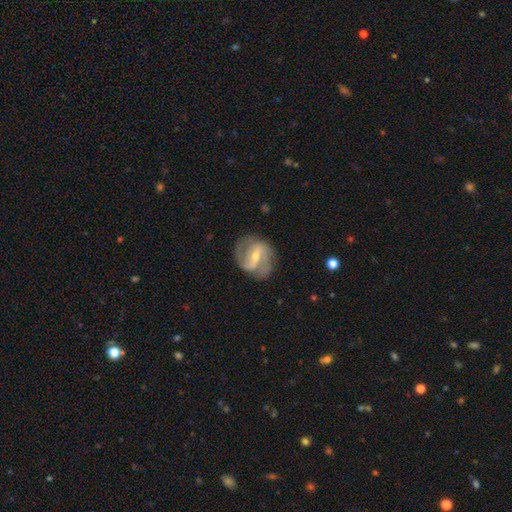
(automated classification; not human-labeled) smooth-or-featured: featured or disk: 86% | smooth: 8% | star or artifact: 5%
  disk-edge-on: no: 97% | yes: 3%
    bar: strong: 44% | weak: 43% | no: 14%
    has-spiral-arms: yes: 94% | no: 6%
      spiral-winding: medium: 49% | loose: 29% | tight: 23%
      spiral-arm-count: 2: 78% | 3: 9% | can't tell: 7% | 1: 3% | 4: 2% | more than 4: 2%
    bulge-size: small: 53% | moderate: 44% | large: 1% | none: 1% | dominant: 1%
  merging: none: 77% | minor disturbance: 15% | major disturbance: 6% | merger: 1%